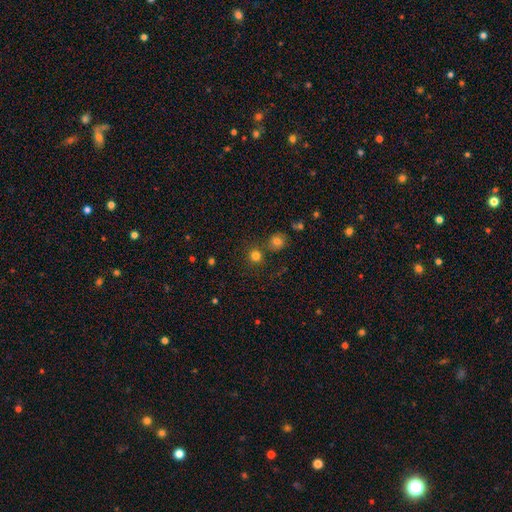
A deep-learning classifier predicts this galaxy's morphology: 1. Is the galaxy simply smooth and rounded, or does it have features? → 78% smooth, 16% star or artifact, 6% featured or disk.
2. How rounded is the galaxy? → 90% round, 9% in between, 1% cigar-shaped.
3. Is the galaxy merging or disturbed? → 73% none, 16% merger, 8% minor disturbance, 3% major disturbance.